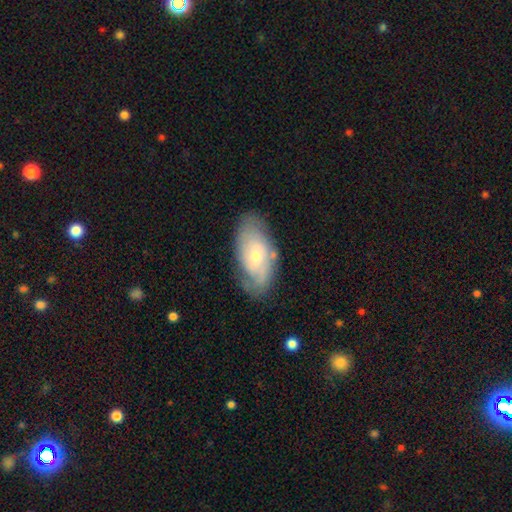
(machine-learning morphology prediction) This is possibly a featured or disk galaxy (60%). It is clearly not viewed edge-on (91%). Bar: likely no (77%). Spiral arm pattern: likely yes (76%). Central bulge: possibly small (54%). Merging: likely none (72%).